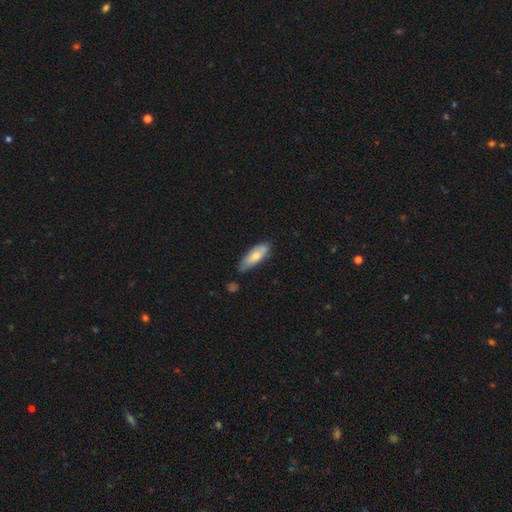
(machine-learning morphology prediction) A smooth galaxy with no disk features (71%) that is in between round and cigar-shaped (60%).

Vote fractions:
- Smooth or featured? smooth: 71% / featured or disk: 24% / star or artifact: 6%
- How rounded? in between: 60% / cigar-shaped: 38% / round: 2%
- Merging? none: 67% / minor disturbance: 25% / major disturbance: 4% / merger: 3%